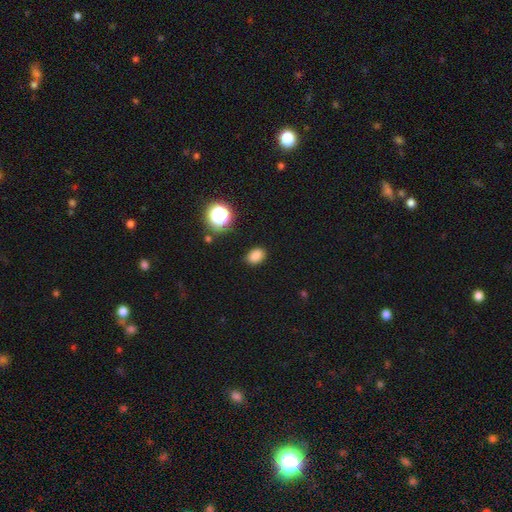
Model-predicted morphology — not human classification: Smooth or featured?
  - smooth: 82% *
  - star or artifact: 14%
  - featured or disk: 4%
How rounded?
  - in between: 72% *
  - round: 27%
  - cigar-shaped: 1%
Merging?
  - none: 85% *
  - minor disturbance: 11%
  - major disturbance: 3%
  - merger: 1%